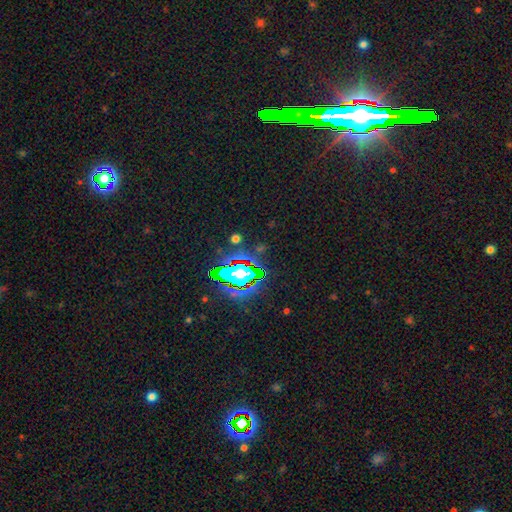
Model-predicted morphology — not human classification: Smooth or featured? star or artifact (83%)